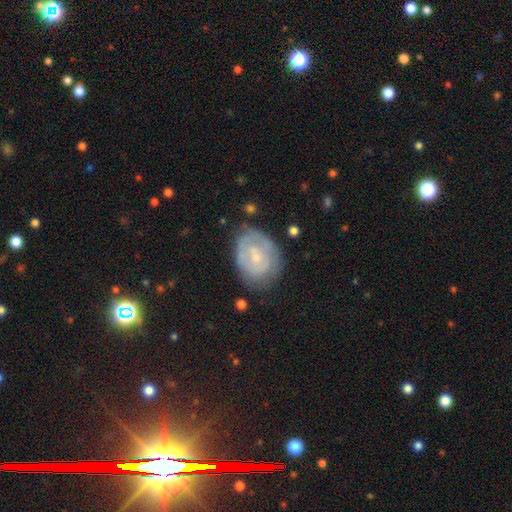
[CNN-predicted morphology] A featured or disk galaxy (58%) with no bar (61%), spiral arms (61%) and a small central bulge (62%).

Vote fractions:
- Smooth or featured? featured or disk: 58% / smooth: 35% / star or artifact: 7%
- Edge-on disk? no: 97% / yes: 3%
- Bar? no: 61% / weak: 33% / strong: 6%
- Spiral arms? yes: 61% / no: 39%
- Bulge size? small: 62% / moderate: 26% / none: 9% / large: 2% / dominant: 1%
- Merging? none: 65% / minor disturbance: 24% / major disturbance: 9% / merger: 2%